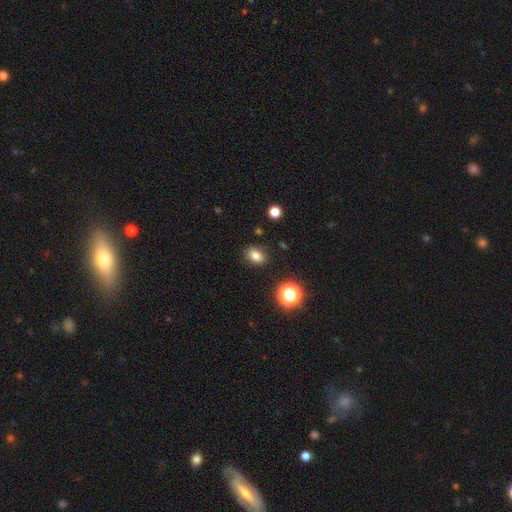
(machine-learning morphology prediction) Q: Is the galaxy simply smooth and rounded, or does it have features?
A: smooth — 80%.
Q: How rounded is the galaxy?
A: in between — 65%.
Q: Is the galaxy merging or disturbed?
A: none — 85%.